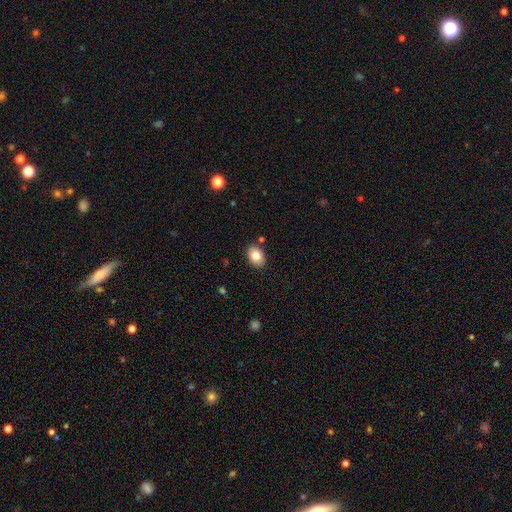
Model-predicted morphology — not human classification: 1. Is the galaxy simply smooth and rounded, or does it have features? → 82% smooth, 10% featured or disk, 8% star or artifact.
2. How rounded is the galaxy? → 78% in between, 21% round, 1% cigar-shaped.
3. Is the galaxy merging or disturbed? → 86% none, 10% minor disturbance, 3% merger, 2% major disturbance.